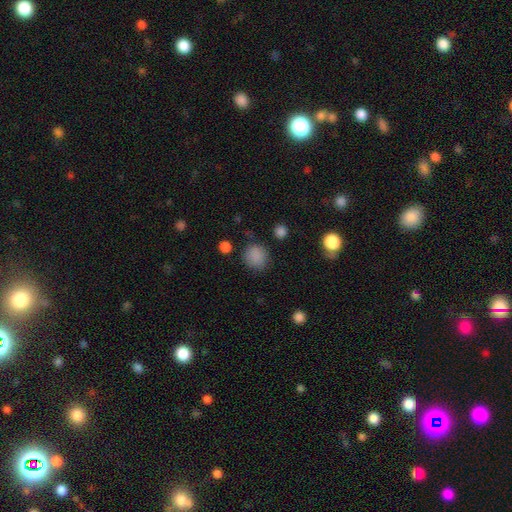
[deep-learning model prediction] This is clearly a smooth galaxy (85%). How rounded: clearly round (86%). Merging: clearly none (82%).